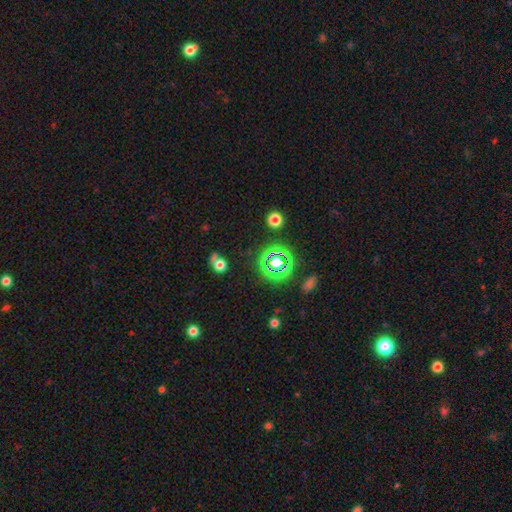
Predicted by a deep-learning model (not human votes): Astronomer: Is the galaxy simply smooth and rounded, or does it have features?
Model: star or artifact — 72%.